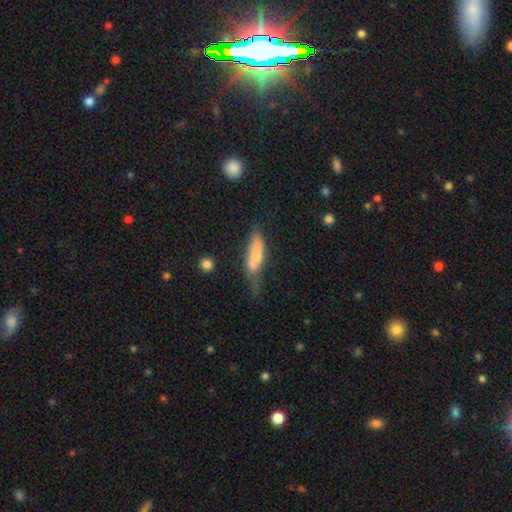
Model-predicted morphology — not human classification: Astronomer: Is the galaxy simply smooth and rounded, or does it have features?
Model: smooth — 57% (runner-up: featured or disk, 35%).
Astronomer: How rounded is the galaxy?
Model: cigar-shaped — 56% (runner-up: in between, 41%).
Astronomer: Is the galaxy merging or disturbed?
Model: none — 32% (runner-up: minor disturbance, 30%).